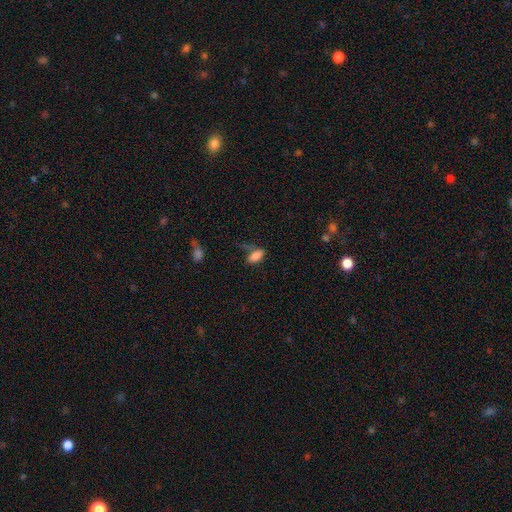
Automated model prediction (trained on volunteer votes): Smooth or featured? smooth (83%)
How rounded? in between (88%)
Merging? none (55%)